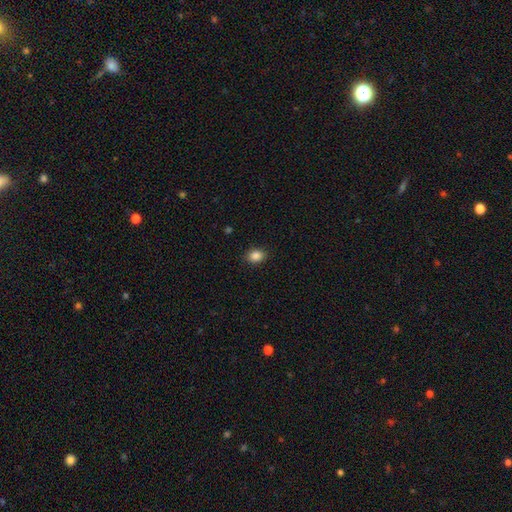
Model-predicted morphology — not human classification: smooth_or_featured: smooth (p=0.87) [alt: star or artifact p=0.10]
how_rounded: in between (p=0.55) [alt: round p=0.44]
merging: none (p=0.89) [alt: minor disturbance p=0.08]